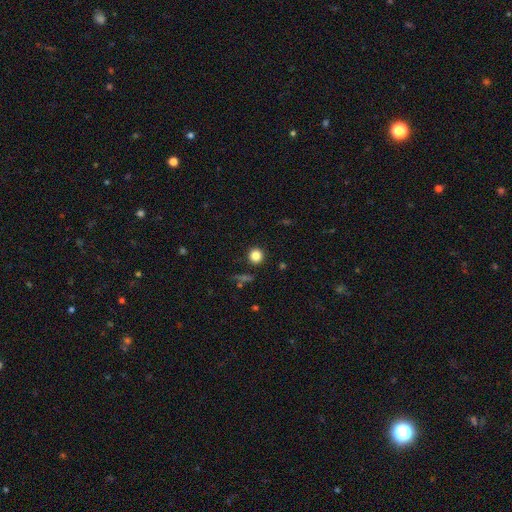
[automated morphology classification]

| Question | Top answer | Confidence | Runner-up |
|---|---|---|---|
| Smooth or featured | smooth | 84% | star or artifact (11%) |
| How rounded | round | 92% | in between (7%) |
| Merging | none | 90% | minor disturbance (6%) |